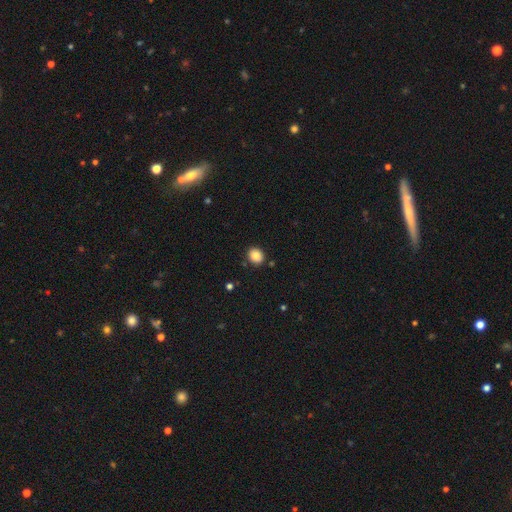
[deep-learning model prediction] Q: Smooth or featured?
A: smooth (86%); runner-up: star or artifact (9%)
Q: How rounded?
A: round (68%); runner-up: in between (31%)
Q: Merging?
A: none (88%); runner-up: minor disturbance (8%)